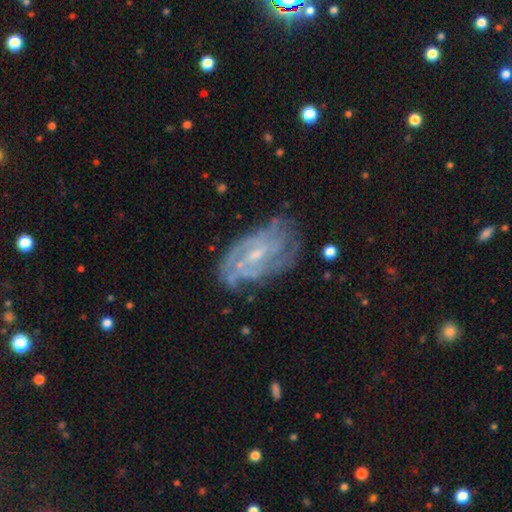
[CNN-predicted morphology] Smooth or featured: featured or disk — 84% (smooth — 10%)
Edge-on disk: no — 96% (yes — 4%)
Bar: weak — 50% (no — 40%)
Spiral arms: yes — 90% (no — 10%)
Spiral winding: tight — 55% (medium — 35%)
Spiral arm count: can't tell — 43% (3 — 16%)
Bulge size: small — 62% (moderate — 30%)
Merging: none — 63% (minor disturbance — 23%)